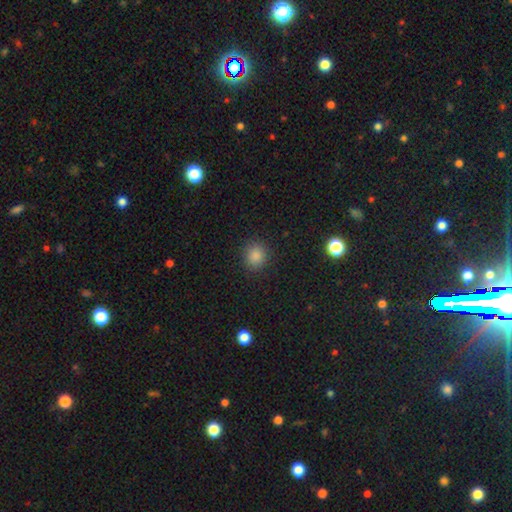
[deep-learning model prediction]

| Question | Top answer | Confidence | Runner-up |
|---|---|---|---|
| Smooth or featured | smooth | 85% | star or artifact (12%) |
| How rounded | round | 83% | in between (16%) |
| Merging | none | 89% | minor disturbance (8%) |